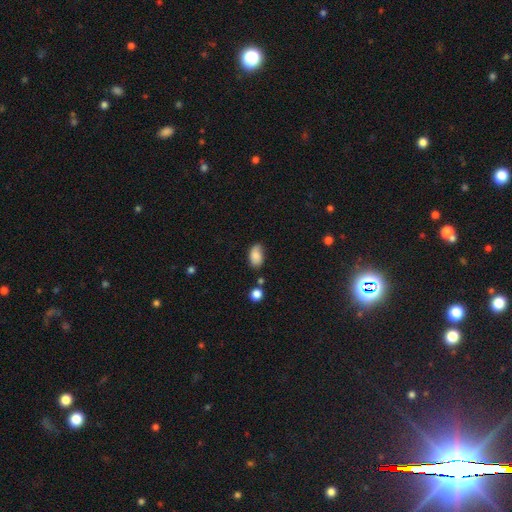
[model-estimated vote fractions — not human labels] Smooth or featured? Predicted: smooth (p=0.83). How rounded? Predicted: in between (p=0.91). Merging? Predicted: none (p=0.63).